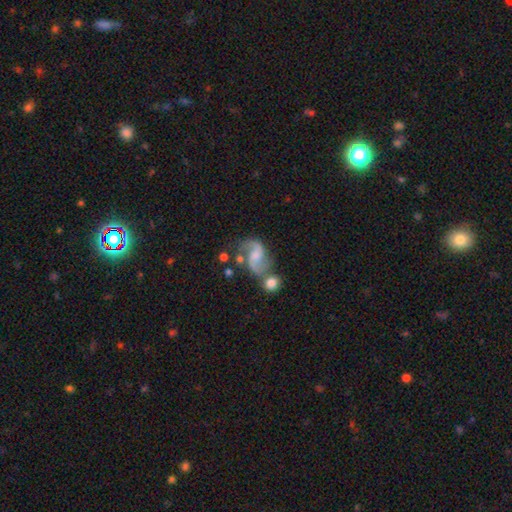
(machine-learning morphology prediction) A featured or disk galaxy (84%) with no bar (48%), 2 (93%) loose (59%) spiral arms (96%) and a small central bulge (44%). Merging: none (47%).